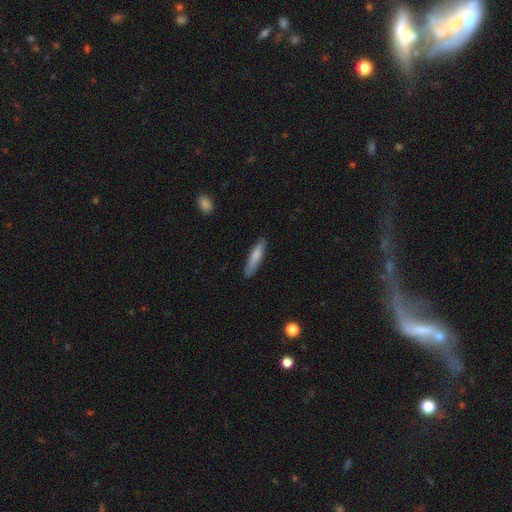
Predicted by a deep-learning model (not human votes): A smooth galaxy with no disk features (77%) that is cigar-shaped (85%).

Vote fractions:
- Smooth or featured? smooth: 77% / featured or disk: 17% / star or artifact: 5%
- How rounded? cigar-shaped: 85% / in between: 14% / round: 1%
- Merging? none: 86% / minor disturbance: 11% / major disturbance: 2% / merger: 1%